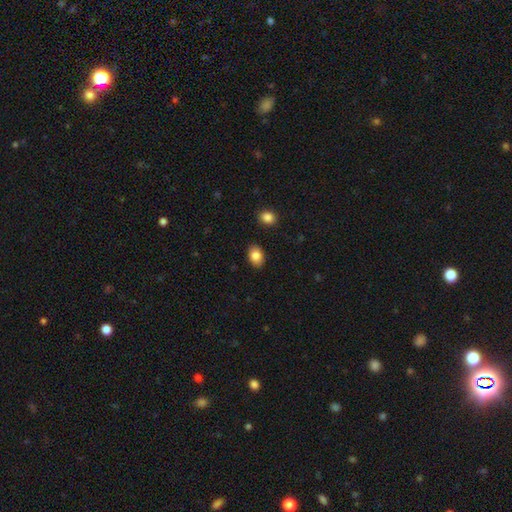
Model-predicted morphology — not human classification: This is clearly a smooth galaxy (85%). How rounded: likely in between (79%). Merging: clearly none (88%).